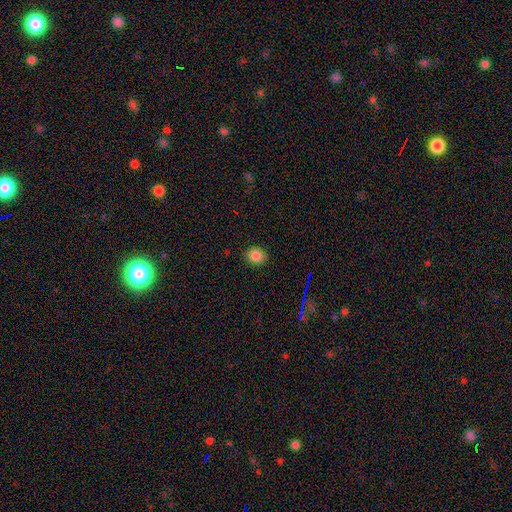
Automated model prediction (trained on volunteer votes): smooth 84%, star or artifact 11%, featured or disk 5%. Down the decision tree: how rounded — round (67%); merging — none (88%).